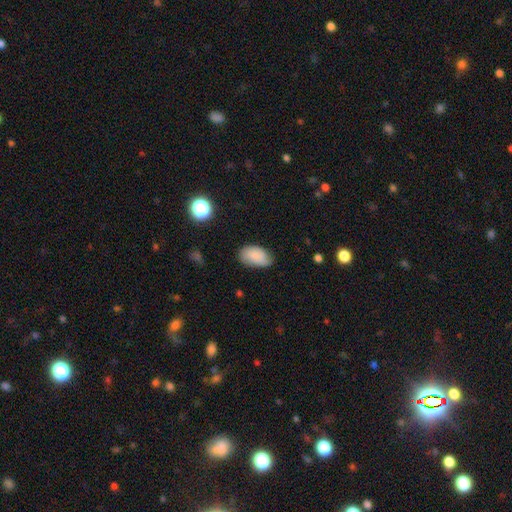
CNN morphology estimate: A smooth galaxy with no disk features (75%) that is in between round and cigar-shaped (92%).

Vote fractions:
- Smooth or featured? smooth: 75% / featured or disk: 16% / star or artifact: 8%
- How rounded? in between: 92% / round: 6% / cigar-shaped: 2%
- Merging? none: 67% / minor disturbance: 26% / major disturbance: 5% / merger: 2%